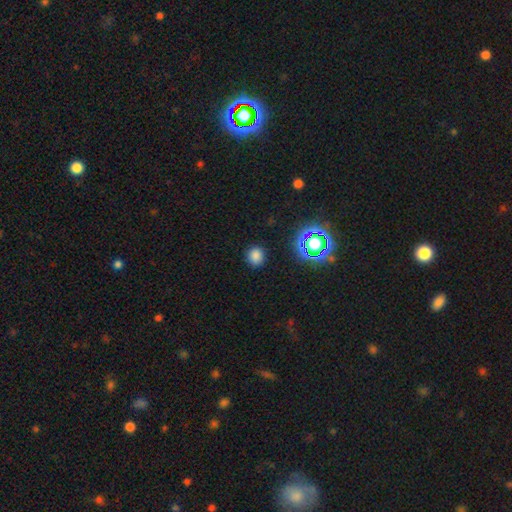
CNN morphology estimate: smooth_or_featured: smooth (p=0.77) [alt: star or artifact p=0.18]
how_rounded: round (p=0.76) [alt: in between p=0.23]
merging: none (p=0.88) [alt: minor disturbance p=0.08]